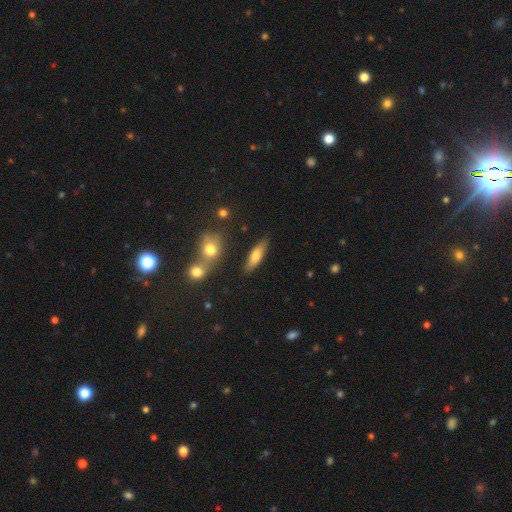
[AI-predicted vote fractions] A smooth galaxy with no disk features (68%) that is cigar-shaped (50%). Merging: none (77%).